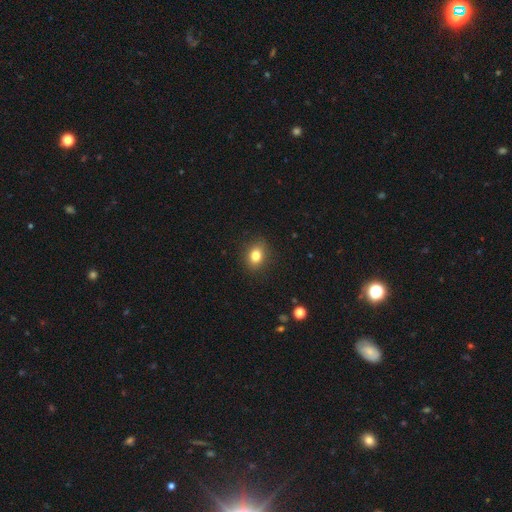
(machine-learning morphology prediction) The model was most divided on "how rounded": in between: 54%, round: 45%, cigar-shaped: 1%. More confident: merging — none (88%); smooth or featured — smooth (82%).